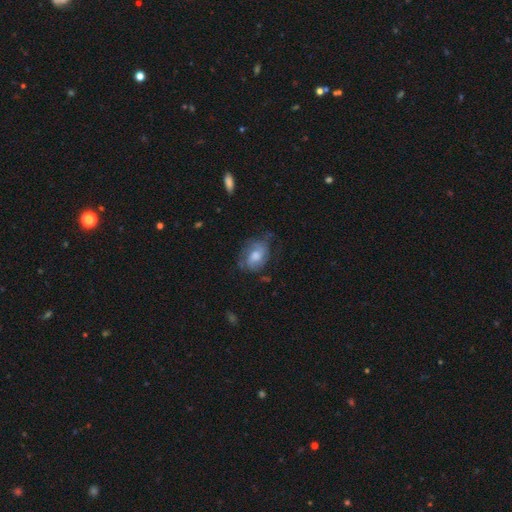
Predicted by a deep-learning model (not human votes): Smooth or featured? Predicted: featured or disk (p=0.58). Edge-on disk? Predicted: no (p=0.96). Bar? Predicted: no (p=0.61). Spiral arms? Predicted: yes (p=0.83). Bulge size? Predicted: moderate (p=0.50). Merging? Predicted: none (p=0.54).